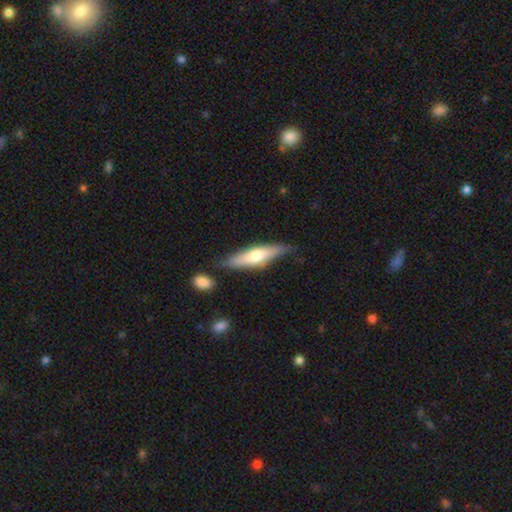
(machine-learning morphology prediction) Smooth or featured: smooth — 51% (featured or disk — 44%)
How rounded: cigar-shaped — 75% (in between — 23%)
Merging: none — 71% (minor disturbance — 19%)